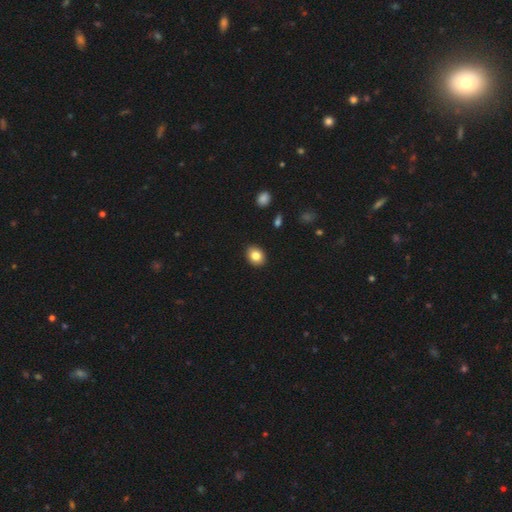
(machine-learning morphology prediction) Q: Smooth or featured?
A: smooth (82%); runner-up: star or artifact (9%)
Q: How rounded?
A: in between (57%); runner-up: round (42%)
Q: Merging?
A: none (90%); runner-up: minor disturbance (7%)